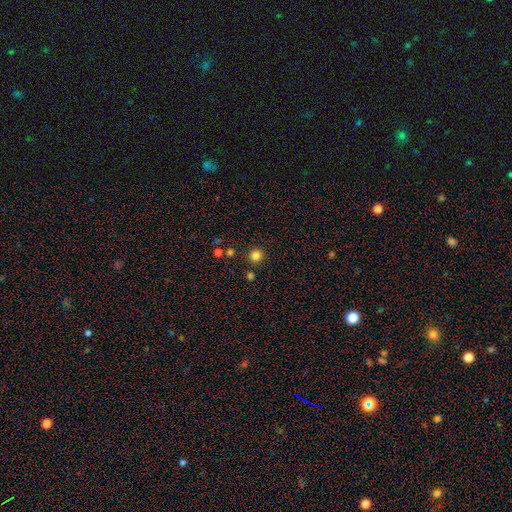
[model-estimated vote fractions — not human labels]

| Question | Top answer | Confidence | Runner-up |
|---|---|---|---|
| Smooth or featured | smooth | 81% | star or artifact (14%) |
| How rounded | round | 95% | in between (4%) |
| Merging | none | 89% | minor disturbance (5%) |